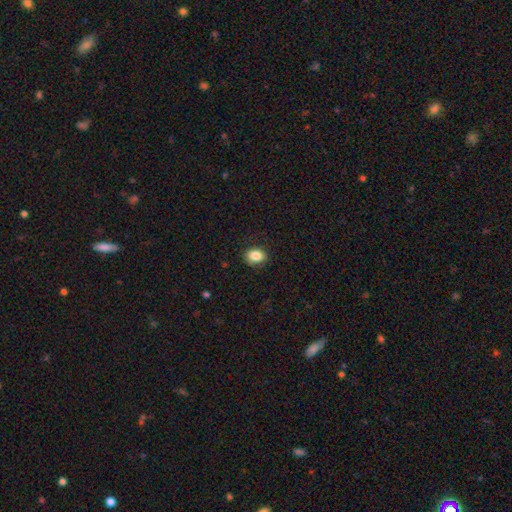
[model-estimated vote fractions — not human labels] This appears to be a smooth galaxy with no disk features (86%) that is in between round and cigar-shaped (59%). Merging: none (84%).